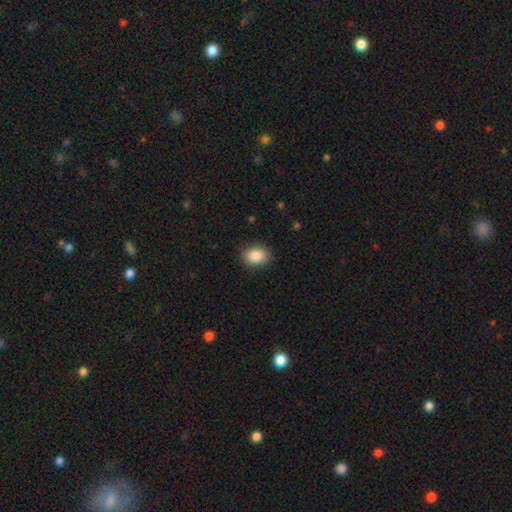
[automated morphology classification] This appears to be a smooth galaxy with no disk features (86%) that is in between round and cigar-shaped (73%). Merging: none (87%).